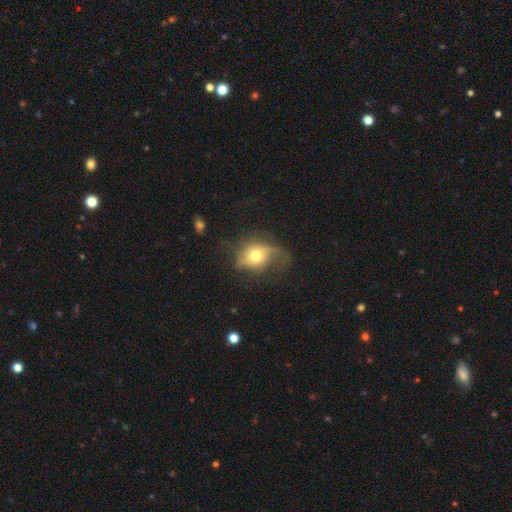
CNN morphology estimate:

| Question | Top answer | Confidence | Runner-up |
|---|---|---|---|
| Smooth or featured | smooth | 55% | featured or disk (34%) |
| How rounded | round | 50% | in between (48%) |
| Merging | major disturbance | 36% | none (34%) |